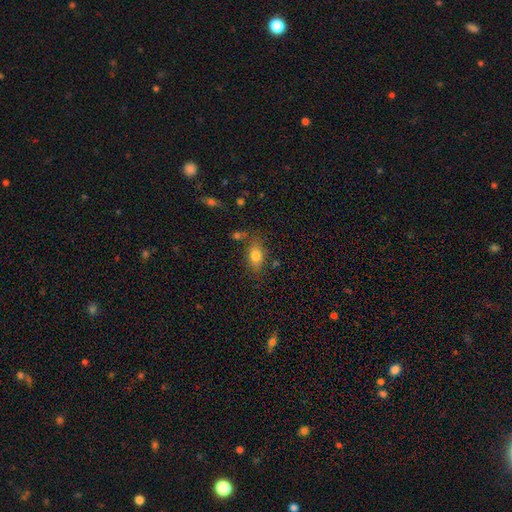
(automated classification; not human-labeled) This appears to be a smooth galaxy with no disk features (80%) that is in between round and cigar-shaped (80%). Merging: none (71%).